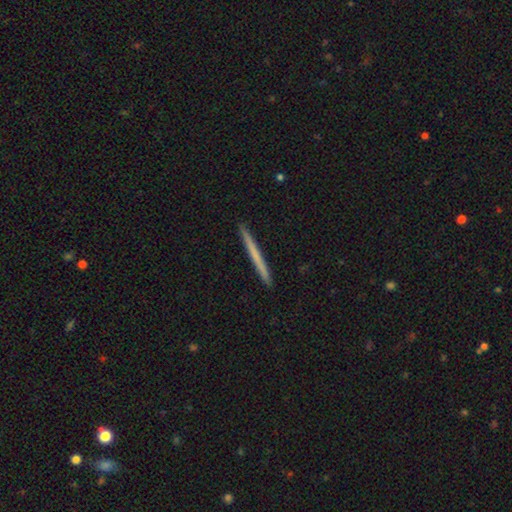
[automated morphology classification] Smooth or featured? Predicted: smooth (p=0.57). How rounded? Predicted: cigar-shaped (p=0.97). Merging? Predicted: none (p=0.94).